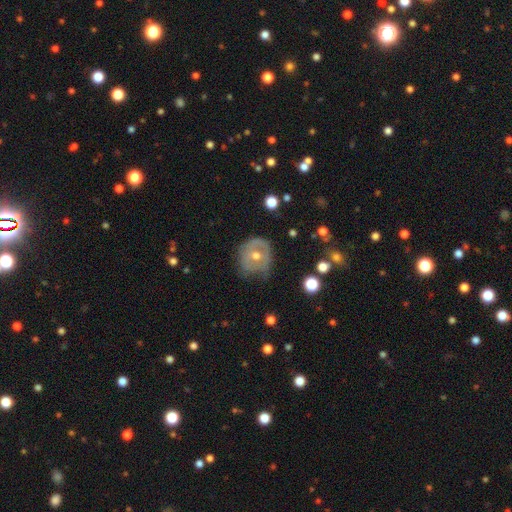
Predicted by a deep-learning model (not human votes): Q: Smooth or featured?
A: featured or disk (49%); runner-up: smooth (41%)
Q: Merging?
A: none (55%); runner-up: minor disturbance (30%)